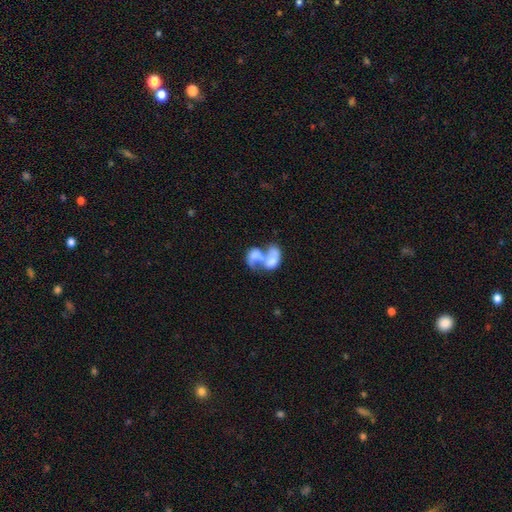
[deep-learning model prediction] smooth-or-featured: smooth: 49% | featured or disk: 42% | star or artifact: 9%
  merging: merger: 77% | major disturbance: 11% | none: 8% | minor disturbance: 5%